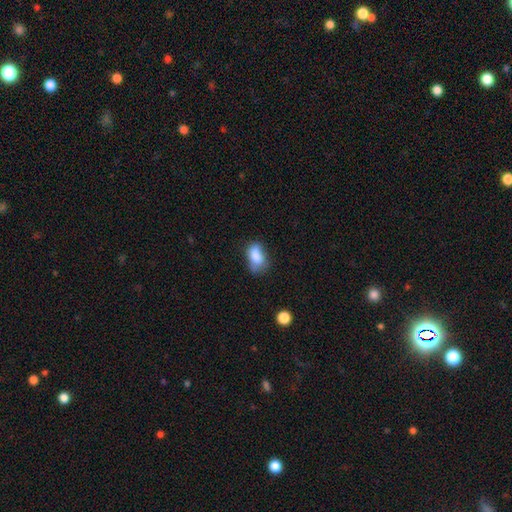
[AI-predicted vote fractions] Smooth or featured: smooth — 81% (featured or disk — 10%)
How rounded: in between — 85% (round — 12%)
Merging: none — 47% (minor disturbance — 35%)